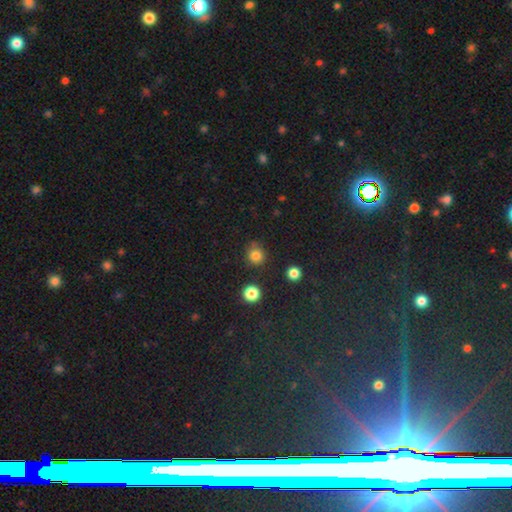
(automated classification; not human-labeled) Q: Smooth or featured?
A: smooth (81%); runner-up: star or artifact (14%)
Q: How rounded?
A: round (89%); runner-up: in between (10%)
Q: Merging?
A: none (81%); runner-up: minor disturbance (12%)